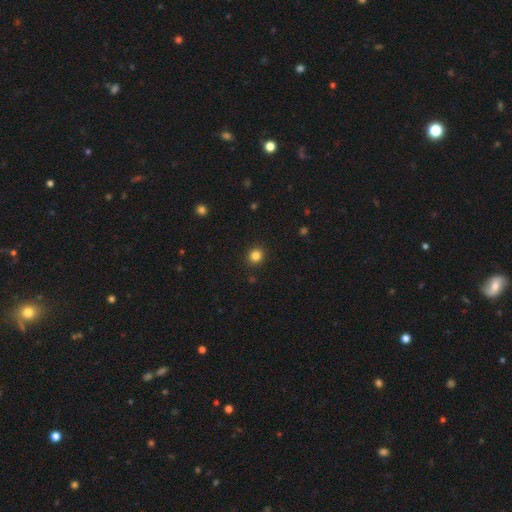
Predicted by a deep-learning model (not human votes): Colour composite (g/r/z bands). It shows a smooth galaxy with no disk features (84%) that is round (89%). Merging: none (92%).